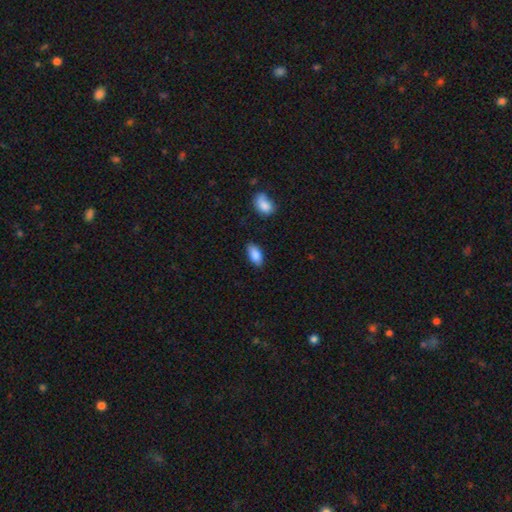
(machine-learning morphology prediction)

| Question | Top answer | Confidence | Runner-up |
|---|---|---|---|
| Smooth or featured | smooth | 88% | star or artifact (7%) |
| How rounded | in between | 92% | cigar-shaped (5%) |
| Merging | none | 82% | minor disturbance (13%) |